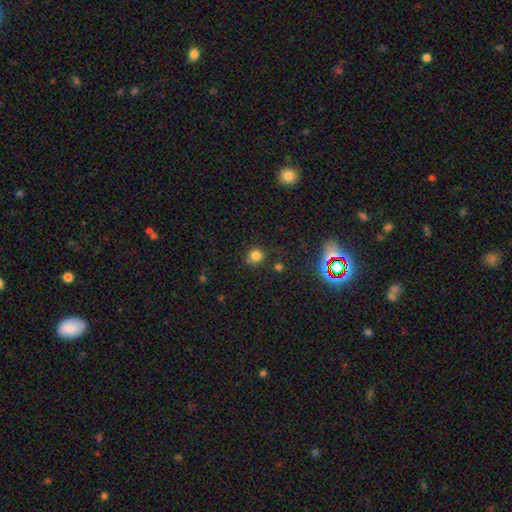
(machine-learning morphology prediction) This is likely a smooth galaxy (78%). How rounded: clearly round (89%). Merging: likely none (78%).